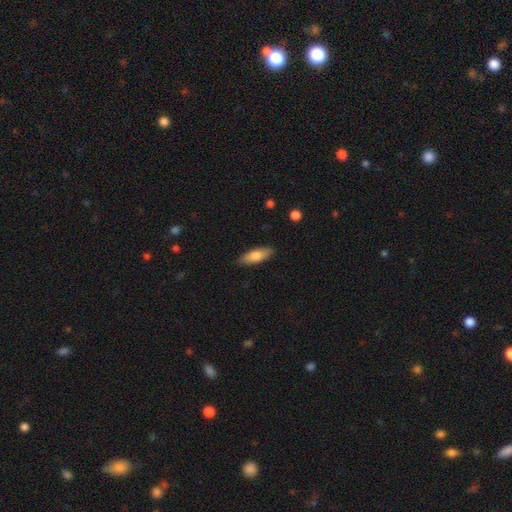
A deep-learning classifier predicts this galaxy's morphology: This appears to be a smooth galaxy with no disk features (77%) that is in between round and cigar-shaped (65%). Merging: none (86%).